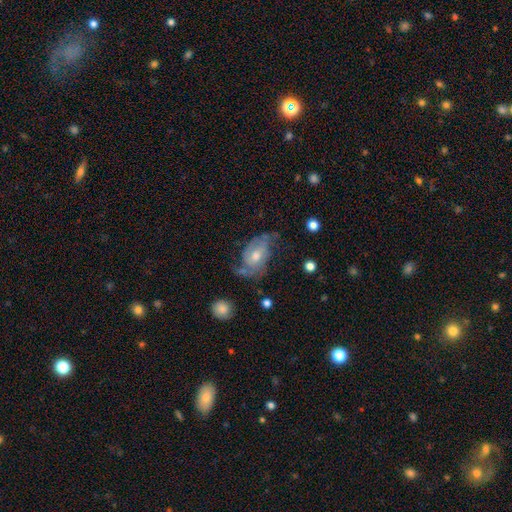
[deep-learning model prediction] Smooth or featured: featured or disk — 75% (smooth — 18%)
Edge-on disk: no — 96% (yes — 4%)
Bar: no — 67% (weak — 29%)
Spiral arms: yes — 90% (no — 10%)
Spiral winding: medium — 43% (loose — 29%)
Spiral arm count: 2 — 70% (can't tell — 14%)
Bulge size: moderate — 69% (small — 19%)
Merging: none — 45% (minor disturbance — 28%)